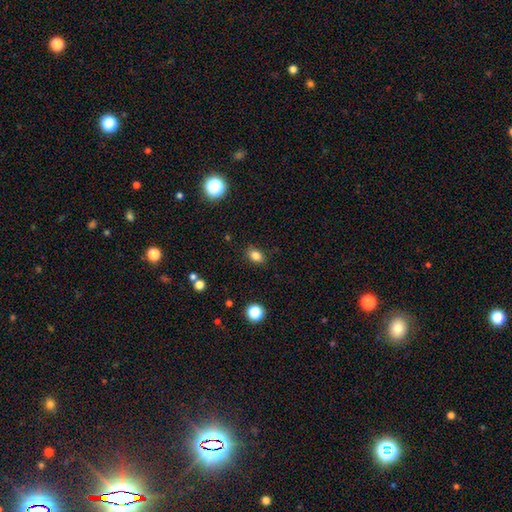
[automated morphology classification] smooth_or_featured: smooth (p=0.82) [alt: star or artifact p=0.12]
how_rounded: in between (p=0.75) [alt: round p=0.23]
merging: none (p=0.84) [alt: minor disturbance p=0.11]